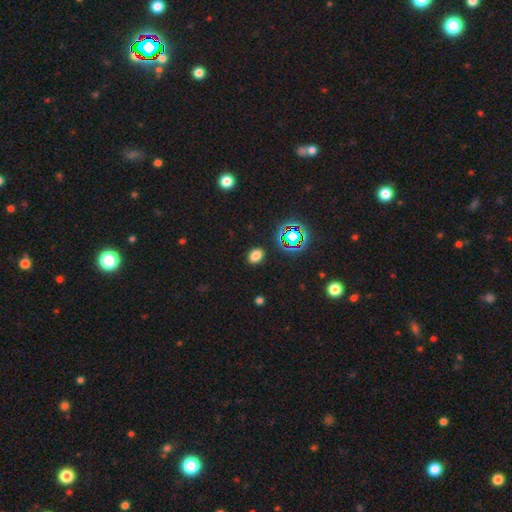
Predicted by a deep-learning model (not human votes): Smooth or featured: smooth — 73% (star or artifact — 21%)
How rounded: in between — 69% (round — 29%)
Merging: none — 88% (minor disturbance — 8%)